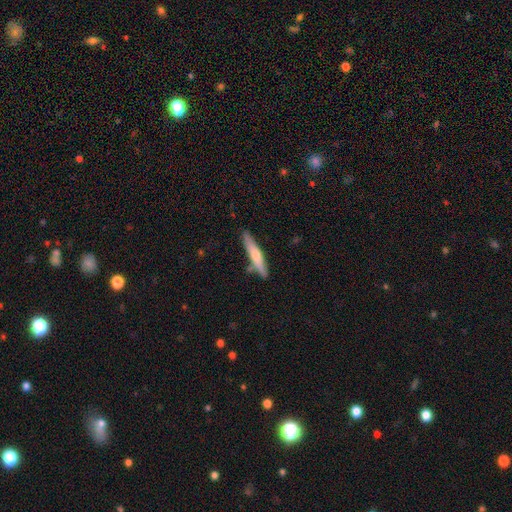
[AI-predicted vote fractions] Smooth or featured?
  - smooth: 62% *
  - featured or disk: 33%
  - star or artifact: 5%
How rounded?
  - cigar-shaped: 92% *
  - in between: 7%
  - round: 1%
Merging?
  - none: 79% *
  - minor disturbance: 13%
  - merger: 6%
  - major disturbance: 2%